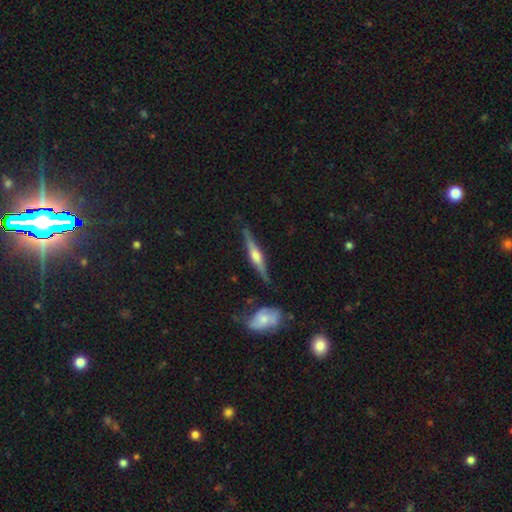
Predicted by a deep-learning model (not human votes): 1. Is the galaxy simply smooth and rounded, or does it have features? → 74% featured or disk, 21% smooth, 5% star or artifact.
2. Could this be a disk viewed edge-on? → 96% yes, 4% no.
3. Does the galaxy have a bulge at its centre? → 80% rounded, 14% boxy, 6% none.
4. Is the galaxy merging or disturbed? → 80% none, 13% minor disturbance, 3% merger, 3% major disturbance.